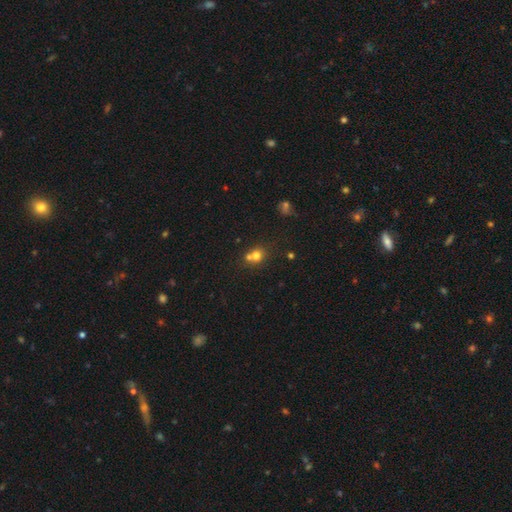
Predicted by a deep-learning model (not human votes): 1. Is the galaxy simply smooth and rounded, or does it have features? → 72% smooth, 16% star or artifact, 12% featured or disk.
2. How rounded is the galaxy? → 81% round, 18% in between, 1% cigar-shaped.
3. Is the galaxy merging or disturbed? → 45% none (tied), 45% merger (tied), 8% minor disturbance, 3% major disturbance.